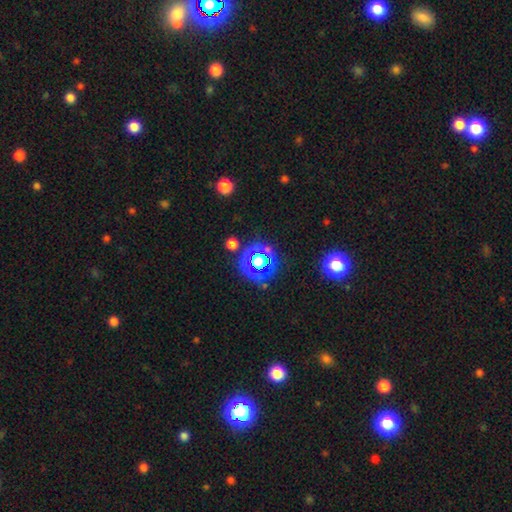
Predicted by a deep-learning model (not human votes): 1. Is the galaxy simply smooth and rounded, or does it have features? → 72% star or artifact, 19% smooth, 9% featured or disk.